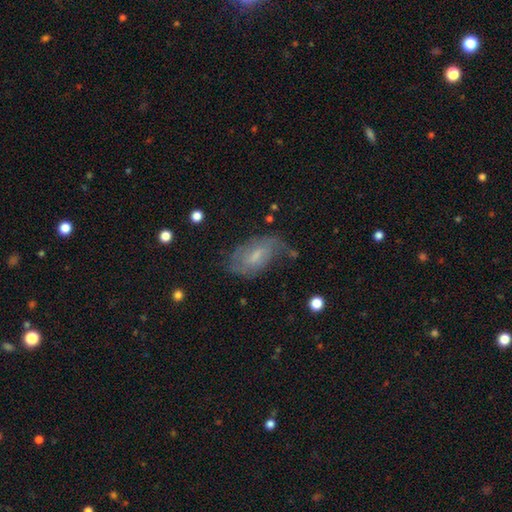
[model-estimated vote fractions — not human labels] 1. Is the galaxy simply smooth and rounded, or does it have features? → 57% featured or disk, 34% smooth, 9% star or artifact.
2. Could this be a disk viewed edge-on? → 93% no, 7% yes.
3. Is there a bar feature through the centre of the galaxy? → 52% weak, 37% no, 10% strong.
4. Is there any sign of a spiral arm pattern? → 77% yes, 23% no.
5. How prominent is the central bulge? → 46% small, 36% moderate, 14% none, 3% large, 1% dominant.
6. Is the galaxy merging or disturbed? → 53% none, 29% minor disturbance, 16% major disturbance, 3% merger.